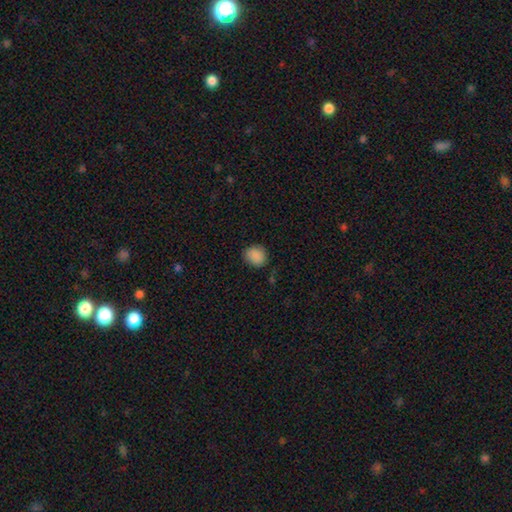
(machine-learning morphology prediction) smooth_or_featured: smooth (p=0.88) [alt: star or artifact p=0.09]
how_rounded: round (p=0.71) [alt: in between p=0.28]
merging: none (p=0.82) [alt: minor disturbance p=0.14]